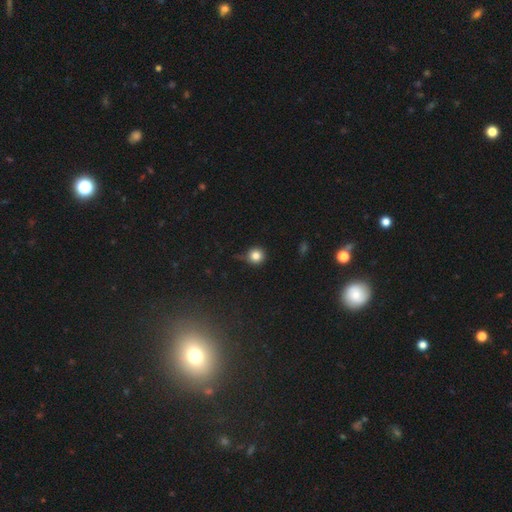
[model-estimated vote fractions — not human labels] A smooth galaxy with no disk features (82%) that is round (94%). Merging: none (71%).